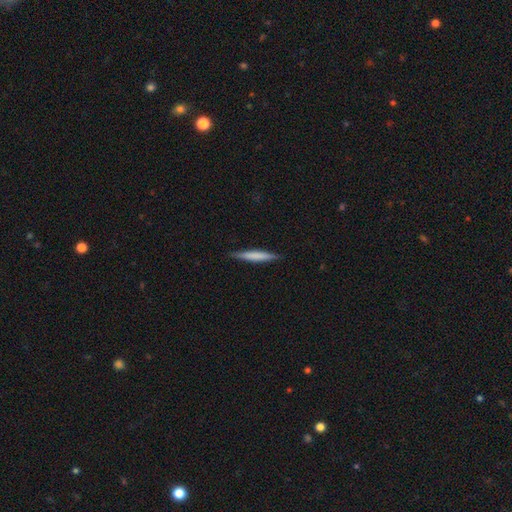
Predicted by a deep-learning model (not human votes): Smooth or featured? Predicted: smooth (p=0.63). How rounded? Predicted: cigar-shaped (p=0.95). Merging? Predicted: none (p=0.89).